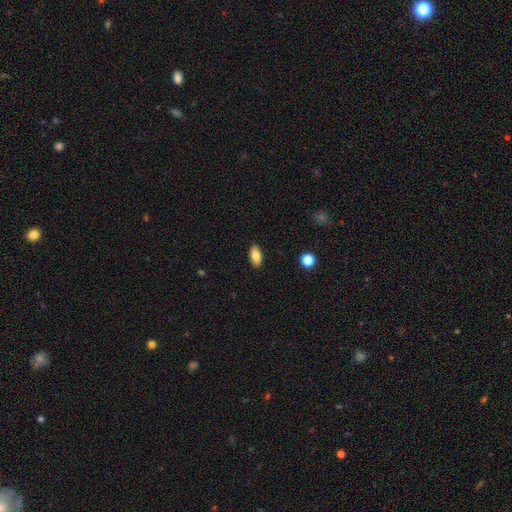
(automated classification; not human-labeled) This is clearly a smooth galaxy (82%). How rounded: clearly in between (91%). Merging: clearly none (90%).